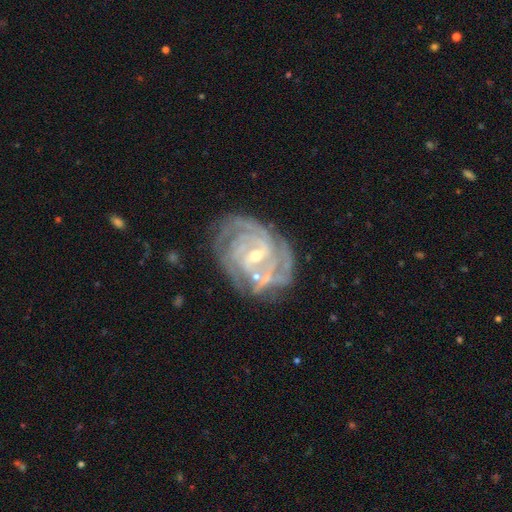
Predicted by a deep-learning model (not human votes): Smooth or featured? featured or disk (90%)
Edge-on disk? no (97%)
Bar? weak (50%)
Spiral arms? yes (97%)
Spiral winding? tight (73%)
Spiral arm count? 3 (25%, tied with 4)
Bulge size? small (62%)
Merging? none (64%)